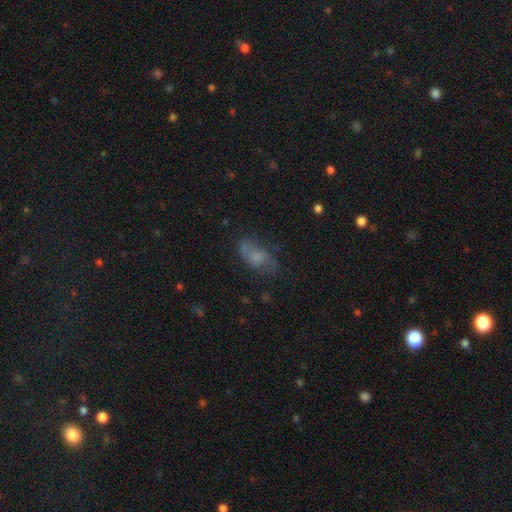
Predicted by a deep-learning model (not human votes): Q: Smooth or featured?
A: smooth (52%); runner-up: featured or disk (33%)
Q: How rounded?
A: in between (85%); runner-up: round (9%)
Q: Merging?
A: none (53%); runner-up: minor disturbance (25%)